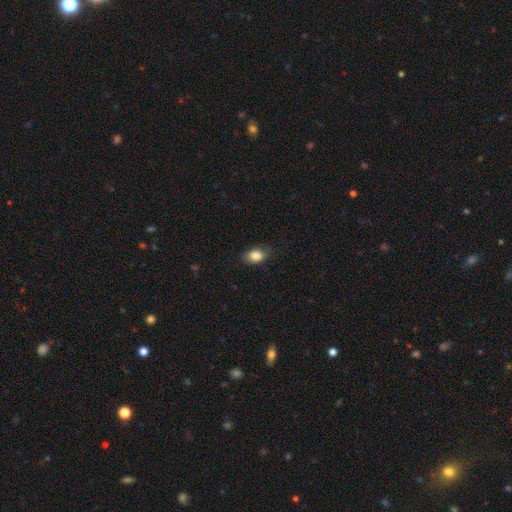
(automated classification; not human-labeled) The model was most divided on "merging": none: 80%, minor disturbance: 16%, major disturbance: 3%, merger: 1%. More confident: smooth or featured — smooth (85%); how rounded — in between (81%).